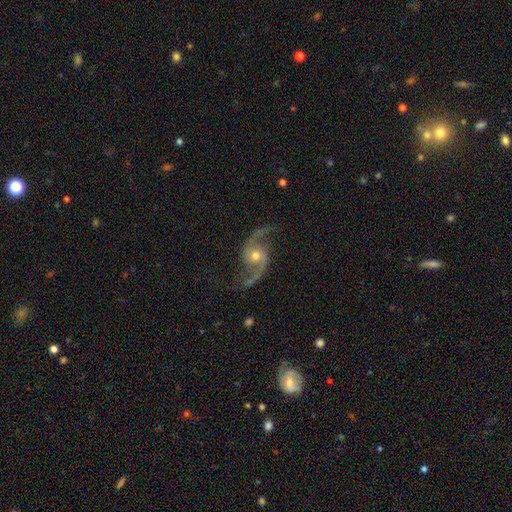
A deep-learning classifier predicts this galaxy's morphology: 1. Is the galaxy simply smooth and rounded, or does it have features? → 91% featured or disk, 5% star or artifact, 4% smooth.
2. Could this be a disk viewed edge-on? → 97% no, 3% yes.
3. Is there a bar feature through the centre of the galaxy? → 67% no, 25% weak, 7% strong.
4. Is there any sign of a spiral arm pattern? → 98% yes, 2% no.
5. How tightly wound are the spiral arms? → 72% loose, 23% medium, 5% tight.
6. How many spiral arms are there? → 95% 2, 1% 1, 1% can't tell, 1% 3, 1% 4, 1% more than 4.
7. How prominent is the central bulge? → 62% moderate, 31% small, 4% large, 1% none, 1% dominant.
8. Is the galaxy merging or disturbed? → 78% none, 14% minor disturbance, 7% major disturbance, 2% merger.